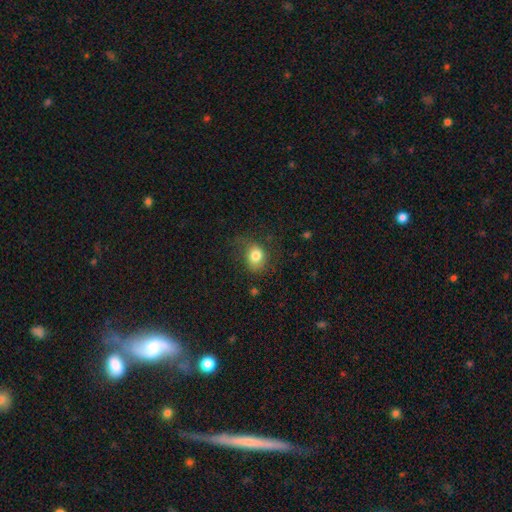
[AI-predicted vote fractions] The model was most divided on "how rounded": round: 53%, in between: 46%, cigar-shaped: 1%. More confident: smooth or featured — smooth (81%); merging — none (65%).